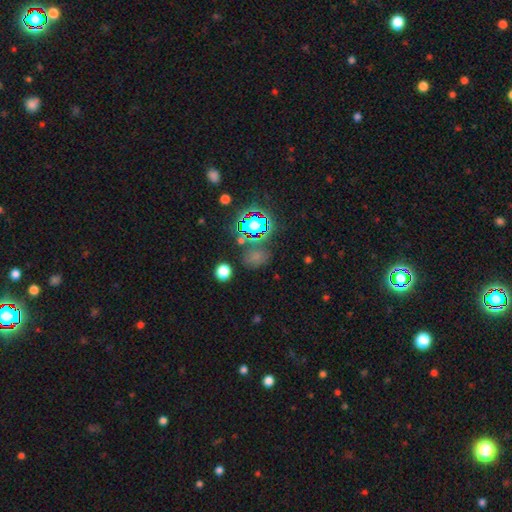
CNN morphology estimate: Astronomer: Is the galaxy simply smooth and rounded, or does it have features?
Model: smooth — 52% (runner-up: star or artifact, 40%).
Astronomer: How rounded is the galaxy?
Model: round — 55% (runner-up: in between, 43%).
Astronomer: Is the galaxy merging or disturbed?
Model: none — 70%.